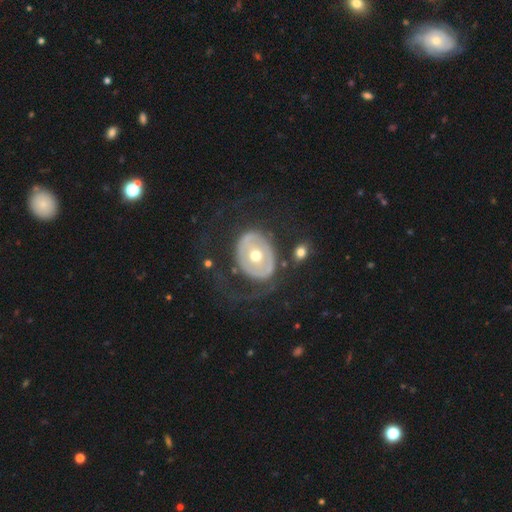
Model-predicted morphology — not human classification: smooth-or-featured: featured or disk: 66% | smooth: 29% | star or artifact: 5%
  disk-edge-on: no: 94% | yes: 6%
    bar: no: 66% | weak: 20% | strong: 14%
    has-spiral-arms: no: 69% | yes: 31%
    bulge-size: moderate: 76% | small: 16% | large: 6% | dominant: 1% | none: 1%
  merging: none: 54% | major disturbance: 26% | minor disturbance: 16% | merger: 4%